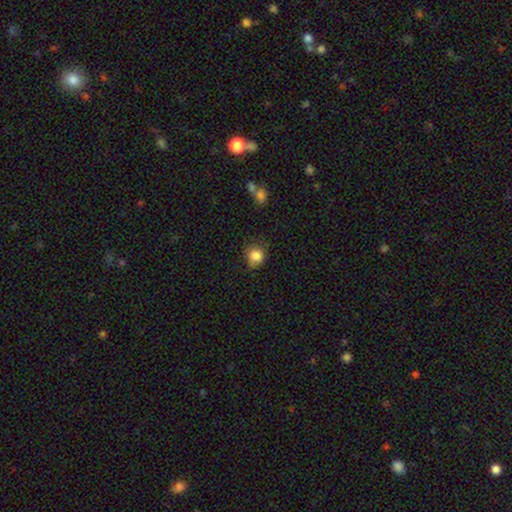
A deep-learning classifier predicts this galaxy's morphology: smooth-or-featured: smooth: 85% | star or artifact: 10% | featured or disk: 6%
  how-rounded: round: 71% | in between: 28% | cigar-shaped: 1%
  merging: none: 64% | minor disturbance: 26% | major disturbance: 7% | merger: 3%